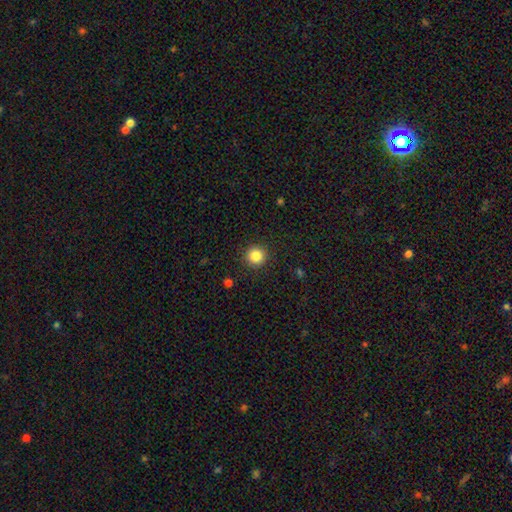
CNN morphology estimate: smooth-or-featured: smooth: 85% | star or artifact: 11% | featured or disk: 5%
  how-rounded: round: 95% | in between: 4% | cigar-shaped: 1%
  merging: none: 92% | minor disturbance: 5% | major disturbance: 2% | merger: 1%